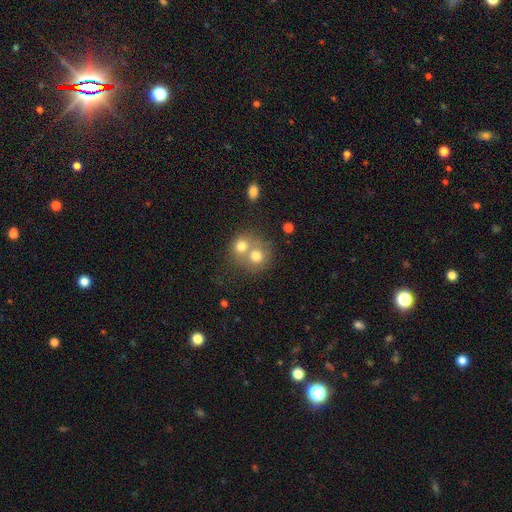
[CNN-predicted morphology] Smooth or featured?
  - smooth: 71% *
  - featured or disk: 18%
  - star or artifact: 11%
How rounded?
  - round: 79% *
  - in between: 20%
  - cigar-shaped: 1%
Merging?
  - merger: 60% *
  - none: 30%
  - minor disturbance: 6%
  - major disturbance: 3%